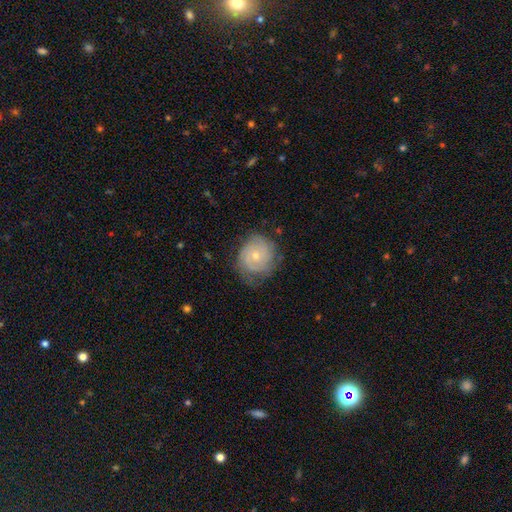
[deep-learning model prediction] A featured or disk galaxy (67%) with no bar (78%), tight (66%) spiral arms (88%) and a small central bulge (61%). Merging: none (68%).